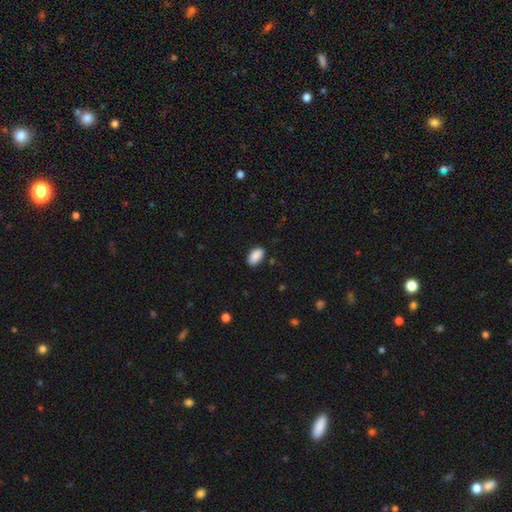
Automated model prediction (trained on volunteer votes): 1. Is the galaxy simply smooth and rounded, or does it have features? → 90% smooth, 7% star or artifact, 3% featured or disk.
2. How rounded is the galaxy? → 94% in between, 3% round, 3% cigar-shaped.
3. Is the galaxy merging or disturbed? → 86% none, 10% minor disturbance, 2% major disturbance, 1% merger.